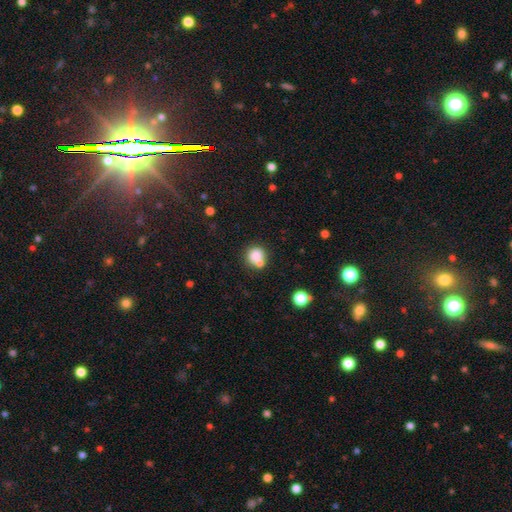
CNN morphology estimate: Smooth or featured?
  - smooth: 79% *
  - star or artifact: 11%
  - featured or disk: 10%
How rounded?
  - round: 81% *
  - in between: 18%
  - cigar-shaped: 1%
Merging?
  - none: 50% *
  - merger: 33%
  - minor disturbance: 12%
  - major disturbance: 5%